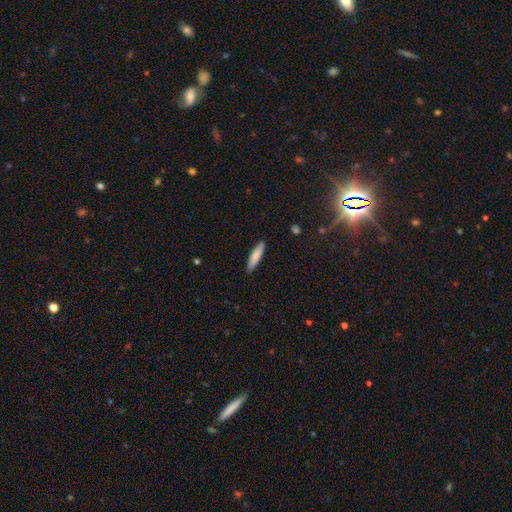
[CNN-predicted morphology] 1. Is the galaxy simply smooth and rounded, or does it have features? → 82% smooth, 12% featured or disk, 5% star or artifact.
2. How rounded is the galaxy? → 81% cigar-shaped, 17% in between, 1% round.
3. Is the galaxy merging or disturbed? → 90% none, 7% minor disturbance, 2% major disturbance, 1% merger.